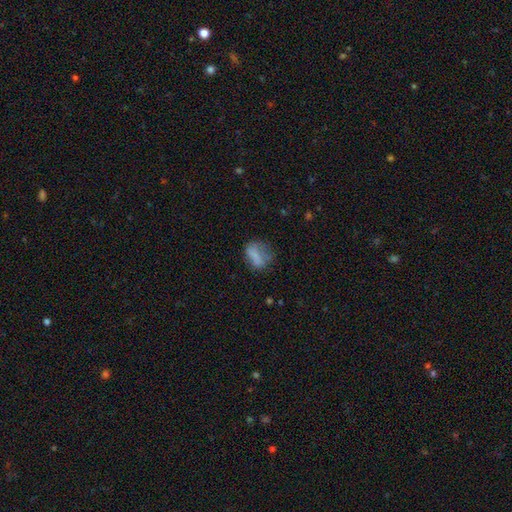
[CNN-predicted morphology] Smooth or featured?
  - smooth: 69% *
  - featured or disk: 19%
  - star or artifact: 12%
How rounded?
  - in between: 72% *
  - round: 23%
  - cigar-shaped: 5%
Merging?
  - none: 41% *
  - minor disturbance: 28%
  - major disturbance: 27%
  - merger: 3%